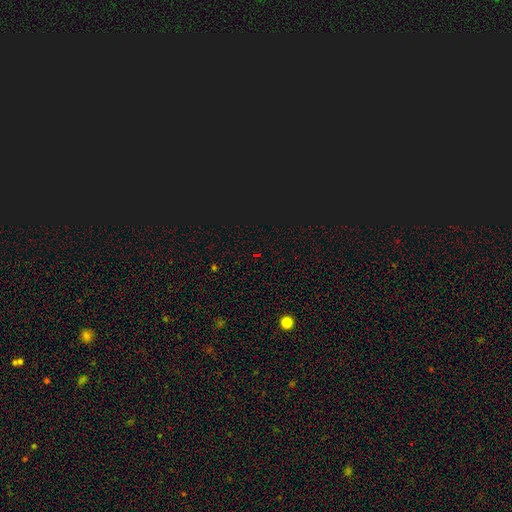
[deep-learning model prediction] A star or artifact, not a galaxy (75%).

Vote fractions:
- Smooth or featured? star or artifact: 75% / smooth: 18% / featured or disk: 7%